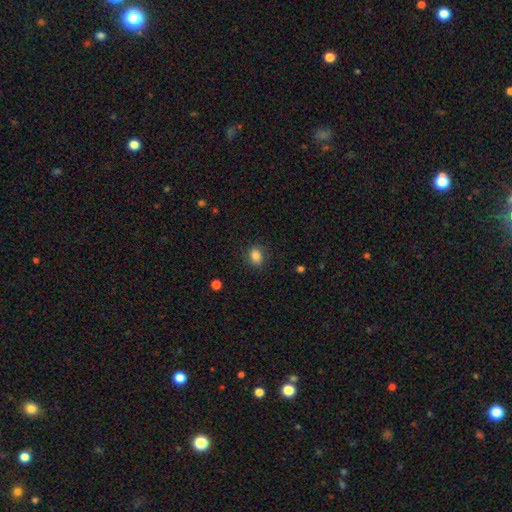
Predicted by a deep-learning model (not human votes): Overall: smooth (85%). How rounded: in between (56%; round 43%). Merging: none (85%).